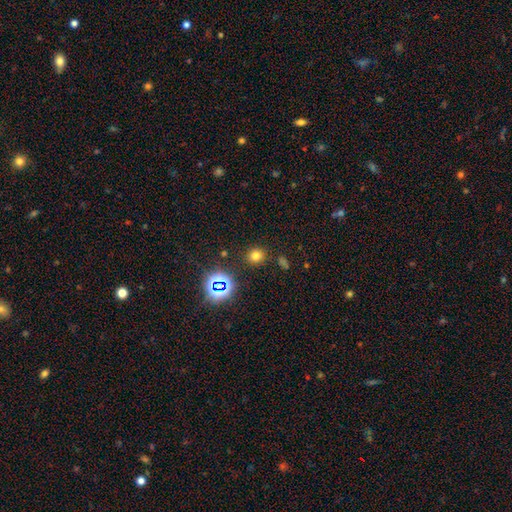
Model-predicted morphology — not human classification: This appears to be a smooth galaxy with no disk features (70%) that is round (85%). Merging: none (87%).